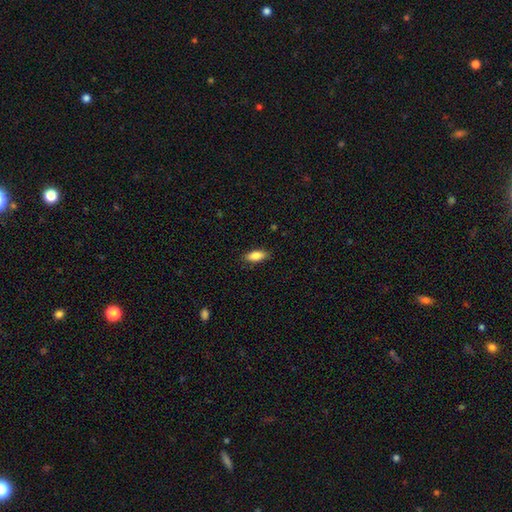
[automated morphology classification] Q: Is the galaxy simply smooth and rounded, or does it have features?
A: smooth — 83%.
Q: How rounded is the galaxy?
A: in between — 80%.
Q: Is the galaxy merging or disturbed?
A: none — 87%.